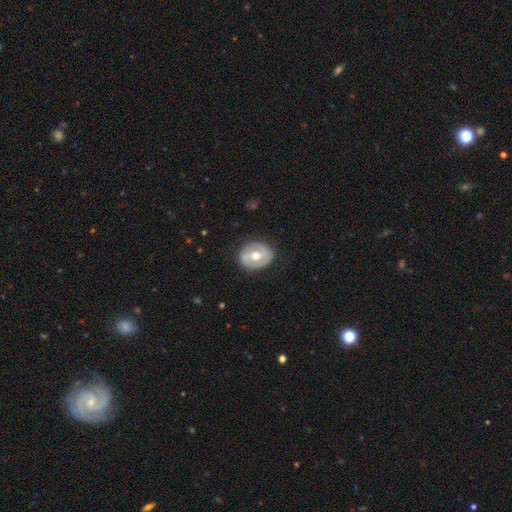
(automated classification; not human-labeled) Smooth or featured? featured or disk (58%)
Edge-on disk? no (95%)
Bar? no (41%)
Spiral arms? no (64%)
Bulge size? moderate (78%)
Merging? none (81%)